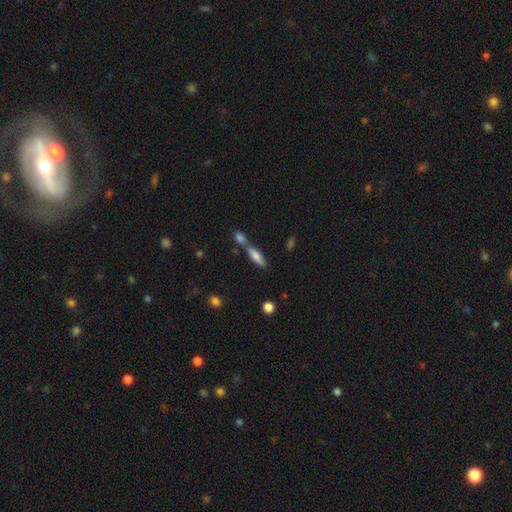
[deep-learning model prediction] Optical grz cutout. It shows a smooth galaxy with no disk features (73%) that is cigar-shaped (54%). Merging: none (45%).